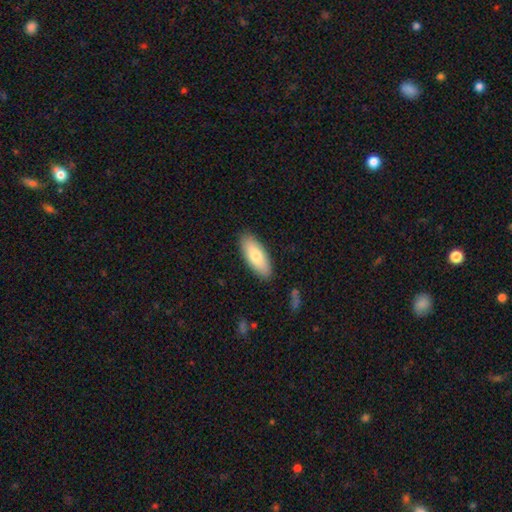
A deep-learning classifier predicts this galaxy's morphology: Smooth or featured? Predicted: smooth (p=0.75). How rounded? Predicted: in between (p=0.76). Merging? Predicted: none (p=0.87).